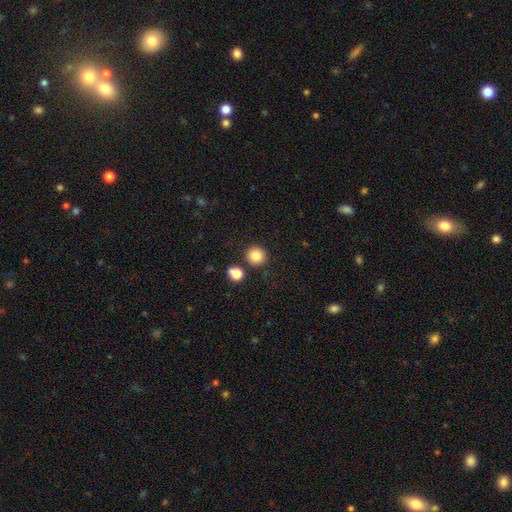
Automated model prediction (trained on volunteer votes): Smooth or featured?
  - smooth: 84% *
  - star or artifact: 11%
  - featured or disk: 5%
How rounded?
  - round: 94% *
  - in between: 5%
  - cigar-shaped: 1%
Merging?
  - none: 87% *
  - minor disturbance: 6%
  - merger: 5%
  - major disturbance: 2%